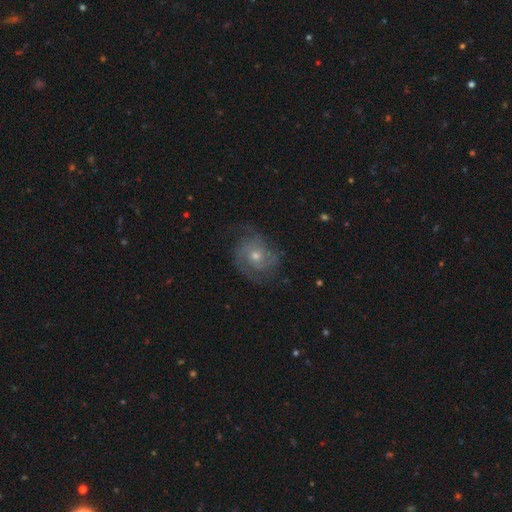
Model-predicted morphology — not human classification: The model was most divided on "spiral arm count": 2: 35%, can't tell: 27%, 3: 22%, 4: 6%, 1: 5%, more than 4: 5%. Remaining: edge-on disk — no (97%); spiral arms — yes (91%); bar — no (79%); smooth or featured — featured or disk (77%); merging — none (68%); bulge size — moderate (52%); spiral winding — tight (49%).